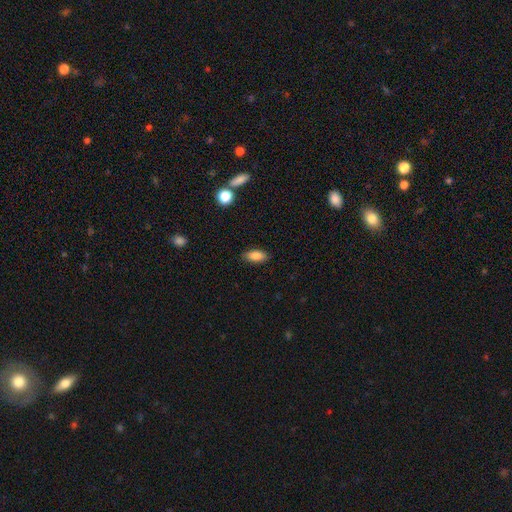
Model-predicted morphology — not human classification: smooth-or-featured: smooth: 84% | featured or disk: 8% | star or artifact: 8%
  how-rounded: in between: 85% | cigar-shaped: 12% | round: 3%
  merging: none: 87% | minor disturbance: 10% | major disturbance: 2% | merger: 1%